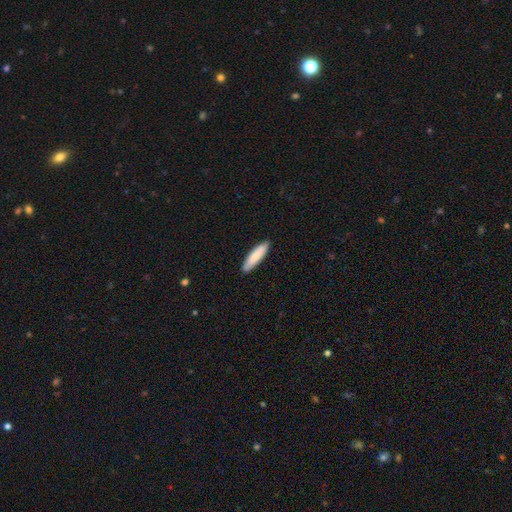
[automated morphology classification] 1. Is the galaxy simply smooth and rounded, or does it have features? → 83% smooth, 12% featured or disk, 5% star or artifact.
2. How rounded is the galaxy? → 69% cigar-shaped, 29% in between, 1% round.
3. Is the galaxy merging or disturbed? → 90% none, 8% minor disturbance, 1% major disturbance, 1% merger.